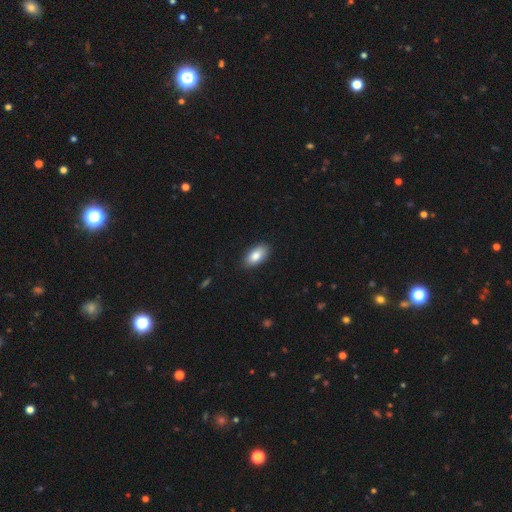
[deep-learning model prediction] A smooth galaxy with no disk features (84%) that is in between round and cigar-shaped (93%).

Vote fractions:
- Smooth or featured? smooth: 84% / featured or disk: 9% / star or artifact: 7%
- How rounded? in between: 93% / cigar-shaped: 4% / round: 4%
- Merging? none: 86% / minor disturbance: 10% / major disturbance: 2% / merger: 1%